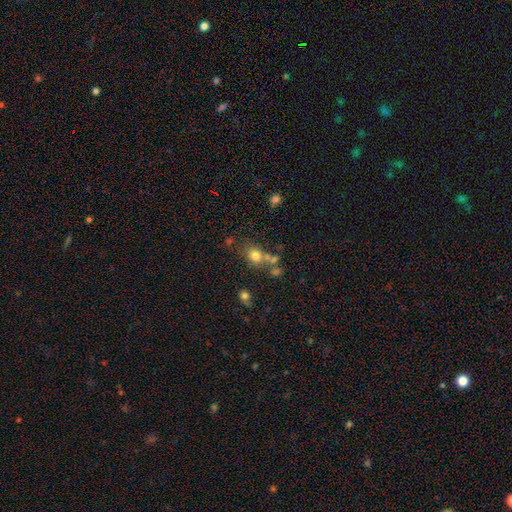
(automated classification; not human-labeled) Q: Smooth or featured?
A: smooth (74%); runner-up: star or artifact (15%)
Q: How rounded?
A: round (71%); runner-up: in between (28%)
Q: Merging?
A: none (58%); runner-up: merger (23%)